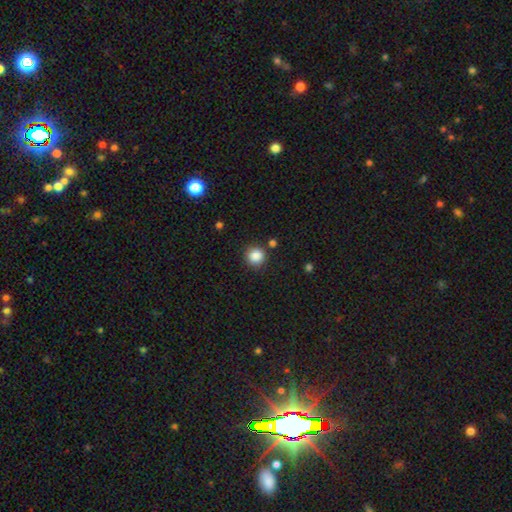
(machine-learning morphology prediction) smooth_or_featured: smooth (p=0.86) [alt: star or artifact p=0.10]
how_rounded: round (p=0.91) [alt: in between p=0.08]
merging: none (p=0.84) [alt: minor disturbance p=0.09]